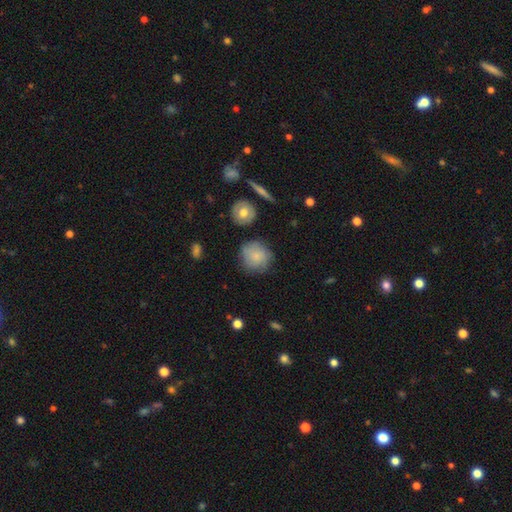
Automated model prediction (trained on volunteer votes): A smooth galaxy with no disk features (69%) that is round (89%).

Vote fractions:
- Smooth or featured? smooth: 69% / featured or disk: 23% / star or artifact: 8%
- How rounded? round: 89% / in between: 10% / cigar-shaped: 1%
- Merging? none: 72% / minor disturbance: 19% / major disturbance: 7% / merger: 3%